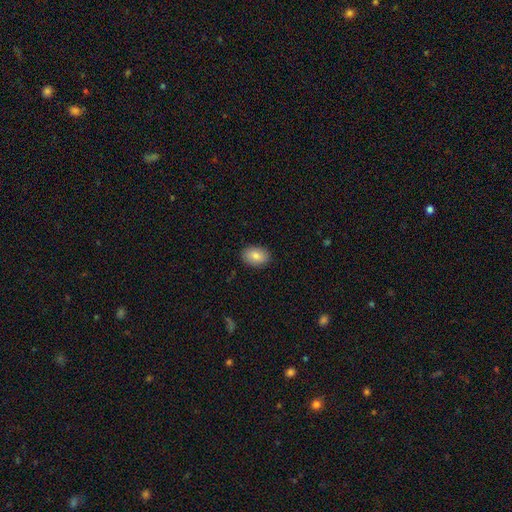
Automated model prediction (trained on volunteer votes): smooth 83%, featured or disk 9%, star or artifact 7%. Down the decision tree: how rounded — in between (77%); merging — none (89%).